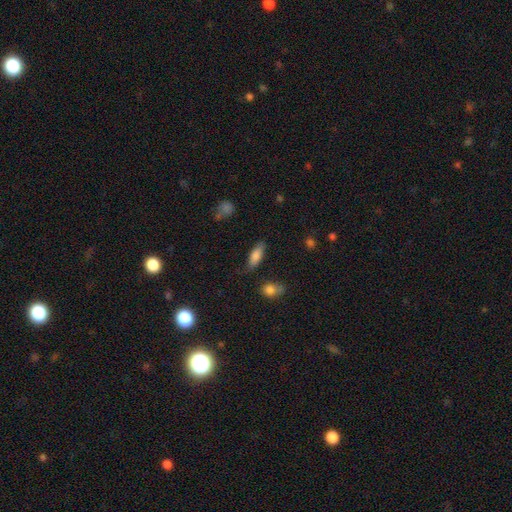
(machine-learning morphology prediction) The model was most divided on "how rounded": in between: 67%, cigar-shaped: 31%, round: 3%. More confident: smooth or featured — smooth (81%); merging — none (75%).